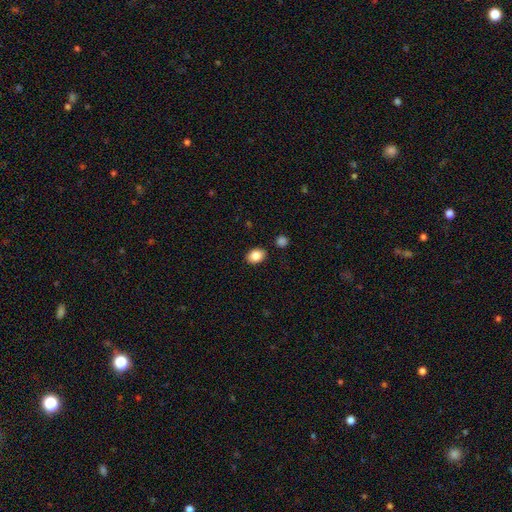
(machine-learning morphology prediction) The model was most divided on "how rounded": in between: 76%, round: 23%, cigar-shaped: 1%. More confident: merging — none (87%); smooth or featured — smooth (85%).